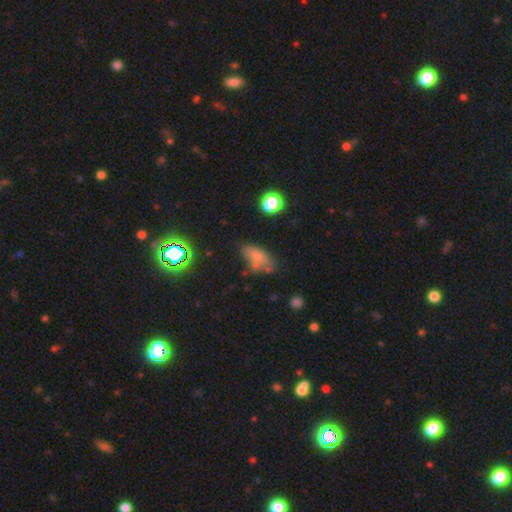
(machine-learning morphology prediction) Smooth or featured: smooth — 59% (star or artifact — 22%)
How rounded: in between — 85% (round — 8%)
Merging: none — 48% (minor disturbance — 29%)